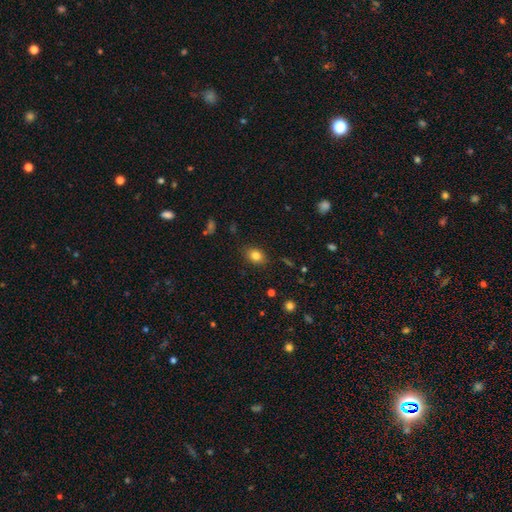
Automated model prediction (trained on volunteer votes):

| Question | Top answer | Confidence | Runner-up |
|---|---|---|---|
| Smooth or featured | smooth | 81% | star or artifact (11%) |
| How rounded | in between | 66% | round (33%) |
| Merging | none | 84% | minor disturbance (12%) |